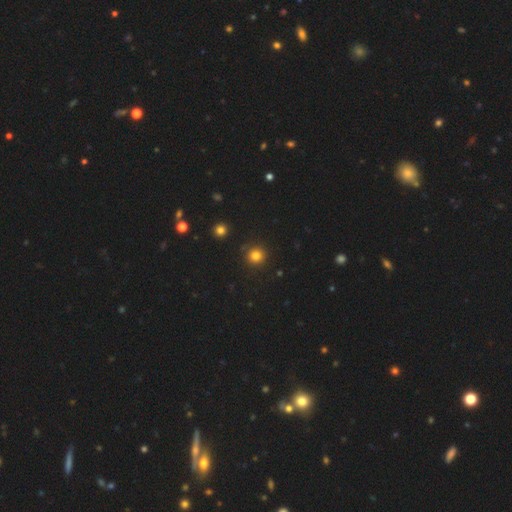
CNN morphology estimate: Smooth or featured: smooth — 81% (star or artifact — 15%)
How rounded: round — 93% (in between — 6%)
Merging: none — 89% (minor disturbance — 6%)